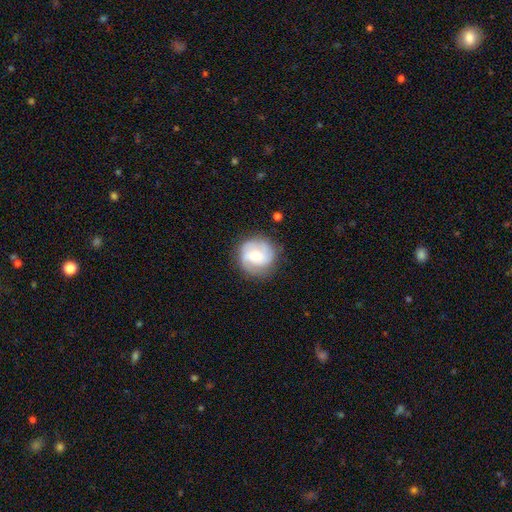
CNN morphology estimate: Smooth or featured?
  - featured or disk: 64% *
  - smooth: 29%
  - star or artifact: 7%
Edge-on disk?
  - no: 98% *
  - yes: 2%
Bar?
  - no: 57% *
  - weak: 34%
  - strong: 9%
Spiral arms?
  - yes: 90% *
  - no: 10%
Spiral winding?
  - medium: 43% *
  - tight: 41%
  - loose: 17%
Spiral arm count?
  - 3: 34% * (tied)
  - 2: 34% * (tied)
  - can't tell: 19%
  - 4: 5%
  - 1: 4%
  - more than 4: 3%
Bulge size?
  - moderate: 60% *
  - small: 33%
  - large: 4%
  - none: 1%
  - dominant: 1%
Merging?
  - none: 80% *
  - minor disturbance: 14%
  - major disturbance: 5%
  - merger: 1%